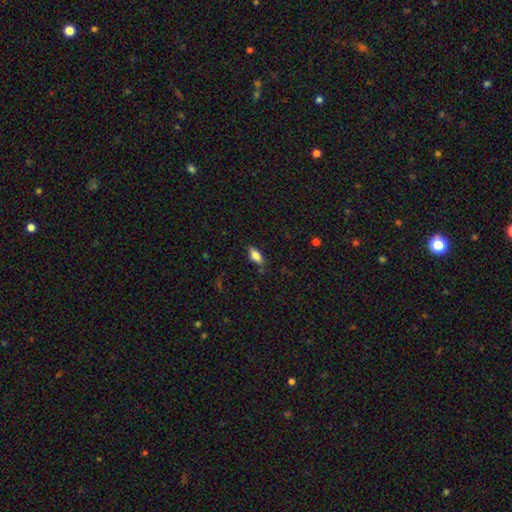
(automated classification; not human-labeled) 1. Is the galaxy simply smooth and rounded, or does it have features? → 83% smooth, 9% featured or disk, 8% star or artifact.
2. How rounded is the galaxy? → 87% in between, 10% cigar-shaped, 3% round.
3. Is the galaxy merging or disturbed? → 80% none, 15% minor disturbance, 3% major disturbance, 2% merger.